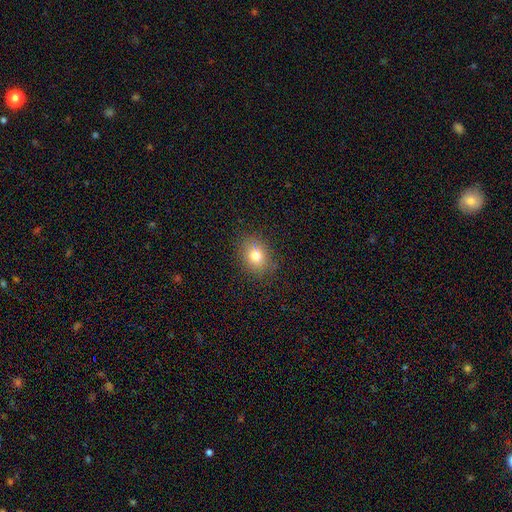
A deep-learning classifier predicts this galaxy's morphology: type=smooth (77%); roundness=in between (50%); merging=none (85%).